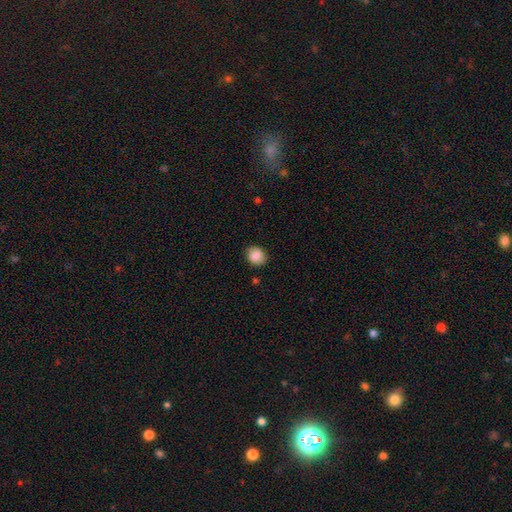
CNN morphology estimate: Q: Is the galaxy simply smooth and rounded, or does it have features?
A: smooth — 86%.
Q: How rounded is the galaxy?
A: round — 65%.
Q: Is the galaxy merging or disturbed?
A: none — 85%.